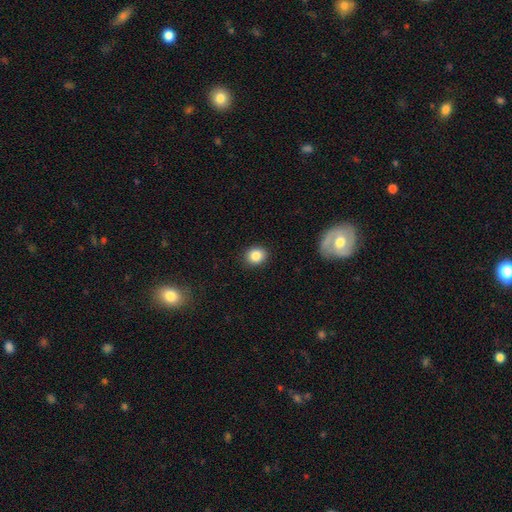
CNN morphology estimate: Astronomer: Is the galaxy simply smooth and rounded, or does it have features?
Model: smooth — 85%.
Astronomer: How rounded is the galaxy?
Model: round — 67%.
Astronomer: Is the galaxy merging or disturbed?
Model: none — 89%.